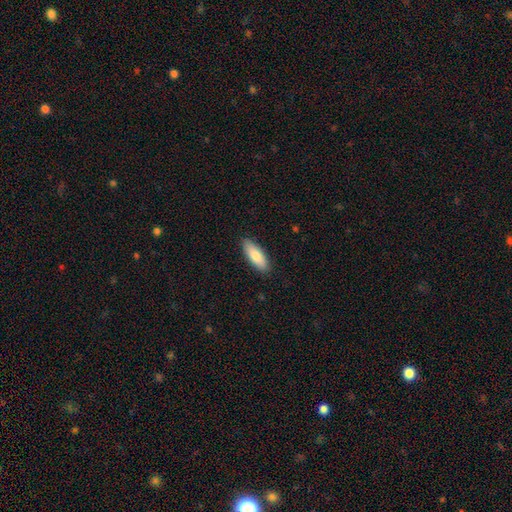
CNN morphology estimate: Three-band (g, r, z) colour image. It shows a smooth galaxy with no disk features (81%) that is in between round and cigar-shaped (69%). Merging: none (88%).